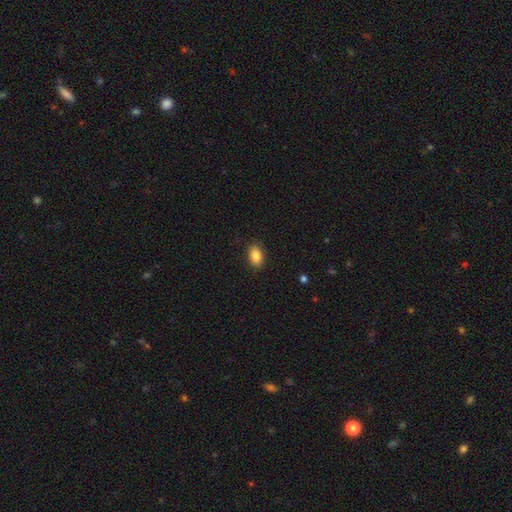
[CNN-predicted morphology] smooth 86%, star or artifact 8%, featured or disk 5%. Down the decision tree: how rounded — in between (88%); merging — none (89%).